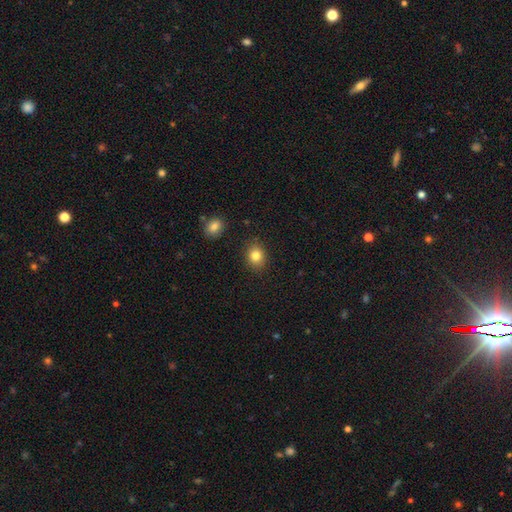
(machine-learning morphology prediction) Smooth or featured: smooth — 82% (star or artifact — 10%)
How rounded: round — 58% (in between — 41%)
Merging: none — 88% (minor disturbance — 8%)